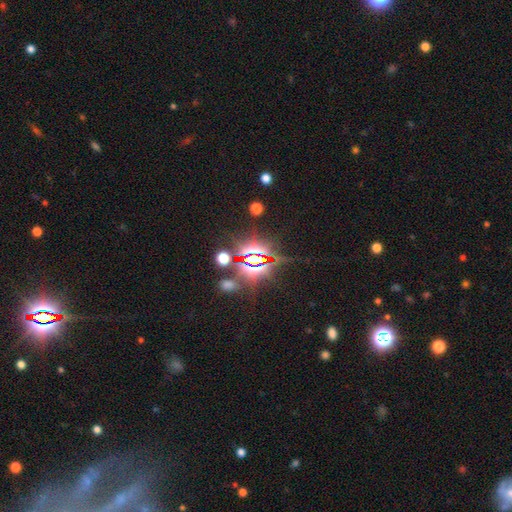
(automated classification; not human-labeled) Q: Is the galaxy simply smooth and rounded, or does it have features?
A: star or artifact — 83%.